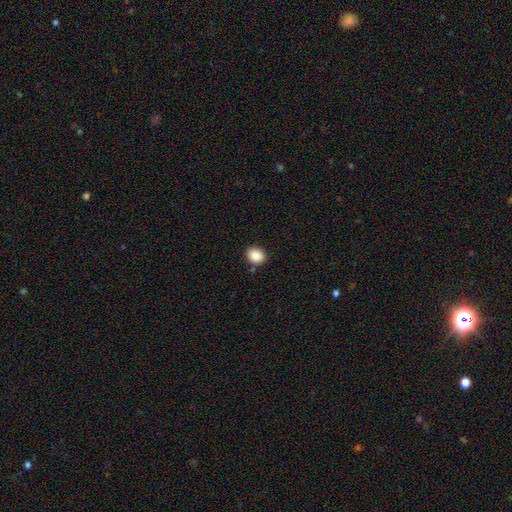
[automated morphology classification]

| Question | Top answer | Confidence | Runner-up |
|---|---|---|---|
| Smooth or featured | smooth | 88% | star or artifact (9%) |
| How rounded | round | 59% | in between (40%) |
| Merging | none | 85% | minor disturbance (9%) |